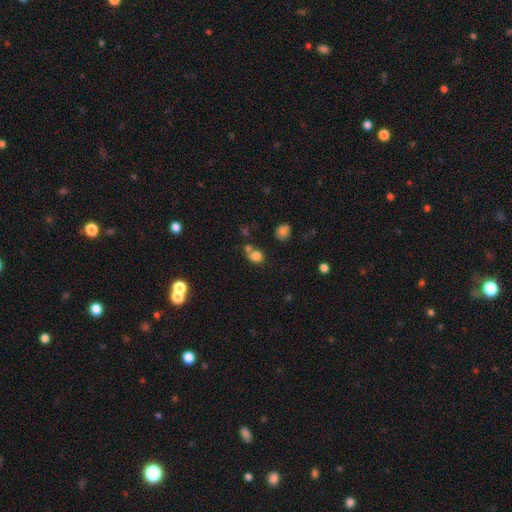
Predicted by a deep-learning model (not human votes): Smooth or featured?
  - smooth: 77% *
  - star or artifact: 14%
  - featured or disk: 10%
How rounded?
  - round: 60% *
  - in between: 39%
  - cigar-shaped: 1%
Merging?
  - none: 41% *
  - merger: 39%
  - minor disturbance: 13%
  - major disturbance: 7%